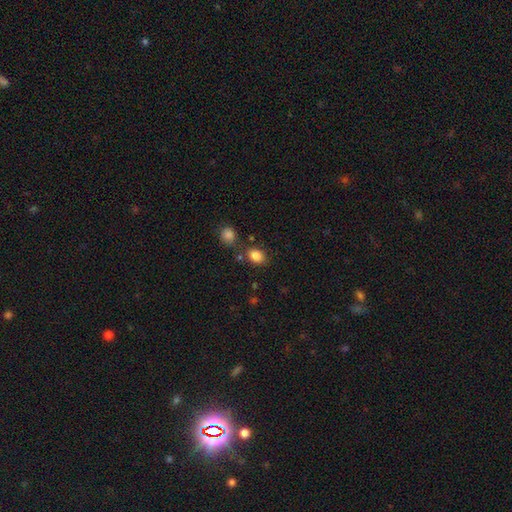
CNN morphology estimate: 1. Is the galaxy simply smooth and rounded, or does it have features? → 85% smooth, 10% star or artifact, 5% featured or disk.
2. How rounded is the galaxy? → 63% in between, 36% round, 1% cigar-shaped.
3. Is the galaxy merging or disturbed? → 71% none, 13% minor disturbance, 12% merger, 4% major disturbance.